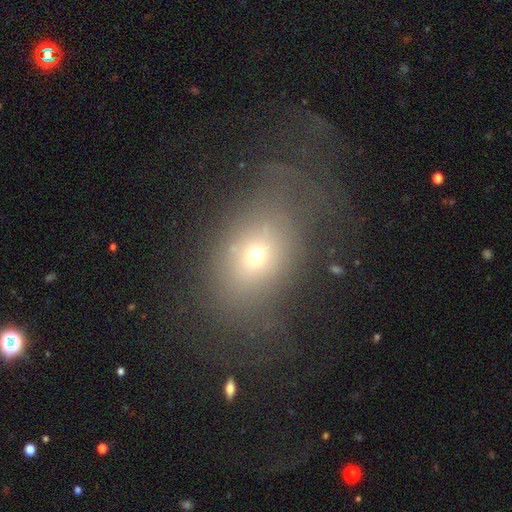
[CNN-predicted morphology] smooth 61%, featured or disk 22%, star or artifact 17%. Down the decision tree: how rounded — in between (56%); merging — none (43%).